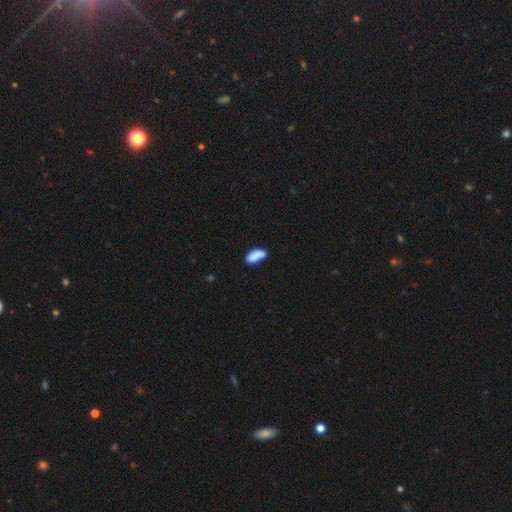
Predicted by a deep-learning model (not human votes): A smooth galaxy with no disk features (87%) that is in between round and cigar-shaped (86%). Merging: none (68%).